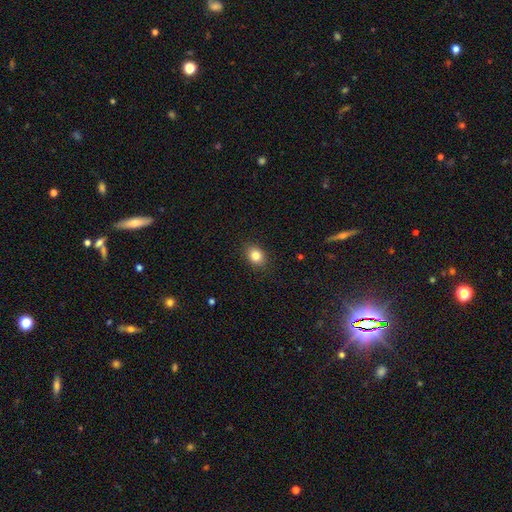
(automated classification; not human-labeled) Overall: smooth (83%). How rounded: in between (50%; round 49%). Merging: none (88%).